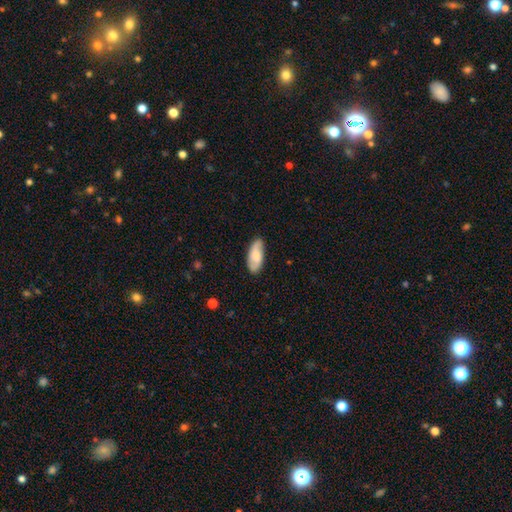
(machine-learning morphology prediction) smooth 62%, featured or disk 32%, star or artifact 6%. Down the decision tree: how rounded — in between (86%); merging — none (82%).